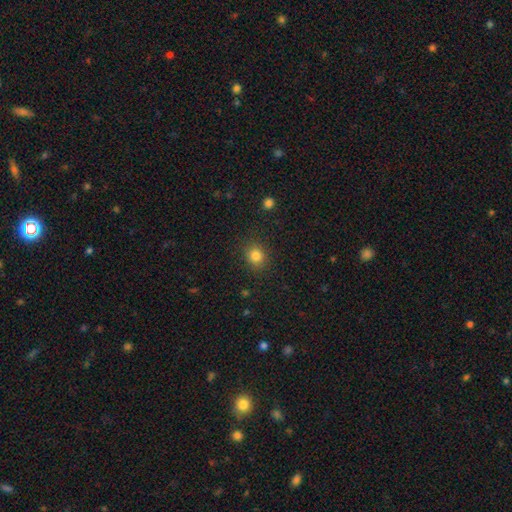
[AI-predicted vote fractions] smooth_or_featured: smooth (p=0.83) [alt: star or artifact p=0.12]
how_rounded: round (p=0.73) [alt: in between p=0.26]
merging: none (p=0.88) [alt: minor disturbance p=0.08]